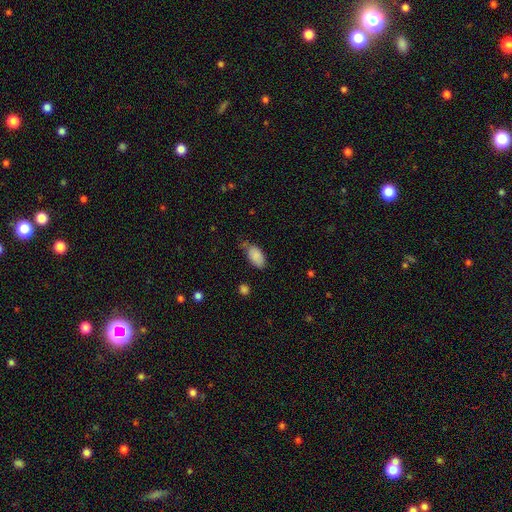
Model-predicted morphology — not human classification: This is clearly a smooth galaxy (86%). How rounded: clearly in between (94%). Merging: possibly none (54%).